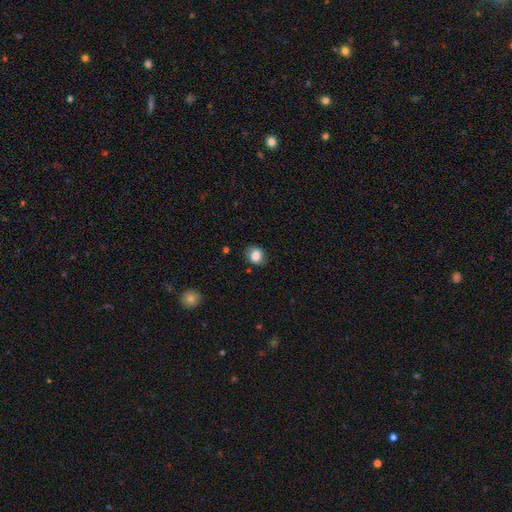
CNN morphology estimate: The model was most divided on "how rounded": round: 67%, in between: 32%, cigar-shaped: 1%. More confident: smooth or featured — smooth (83%); merging — none (80%).